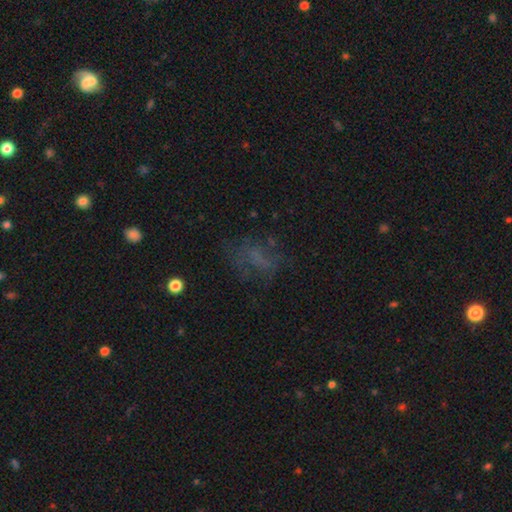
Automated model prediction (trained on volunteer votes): Smooth or featured?
  - smooth: 37% *
  - star or artifact: 33%
  - featured or disk: 30%
Merging?
  - none: 58% *
  - major disturbance: 22%
  - minor disturbance: 18%
  - merger: 3%